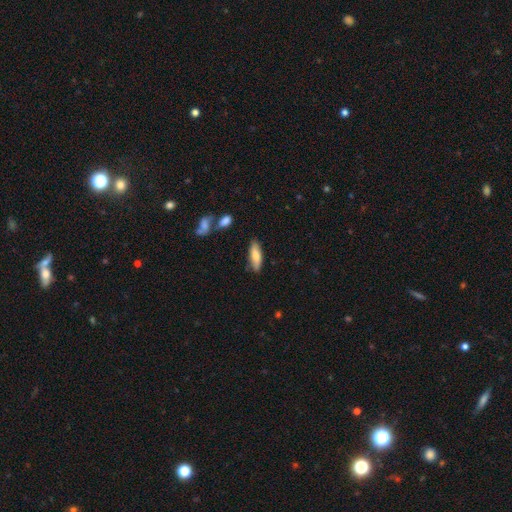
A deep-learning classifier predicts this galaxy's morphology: This is likely a smooth galaxy (75%). How rounded: possibly in between (53%). Merging: clearly none (82%).